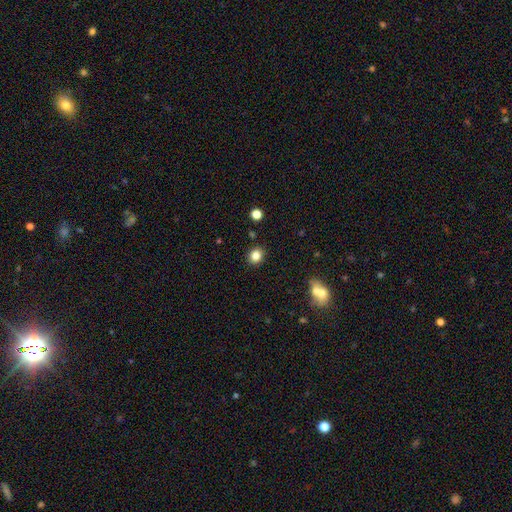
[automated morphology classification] The model was most divided on "how rounded": round: 72%, in between: 27%, cigar-shaped: 1%. More confident: merging — none (89%); smooth or featured — smooth (84%).